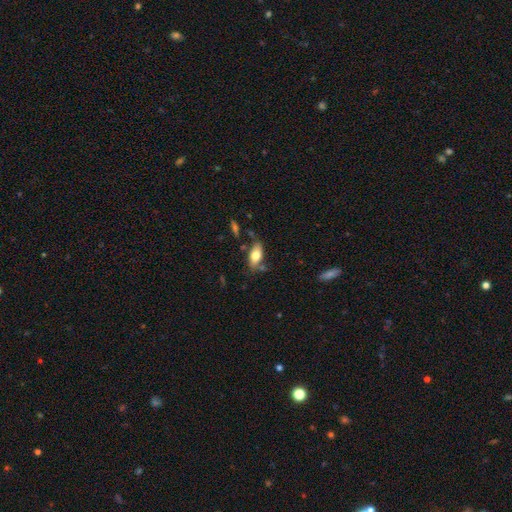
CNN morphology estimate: This appears to be a smooth galaxy with no disk features (73%) that is in between round and cigar-shaped (87%). Merging: none (70%).